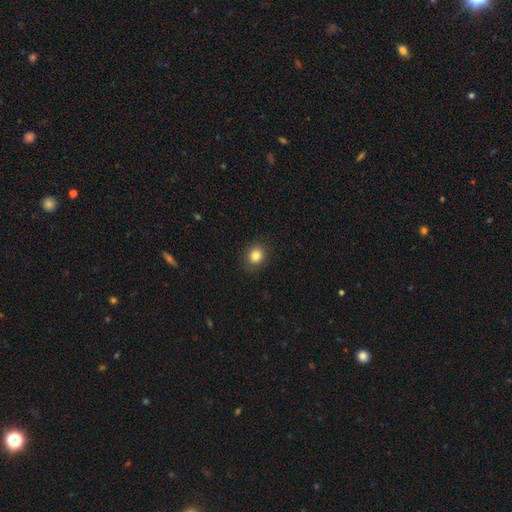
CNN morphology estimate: This is clearly a smooth galaxy (83%). How rounded: likely round (73%). Merging: clearly none (87%).